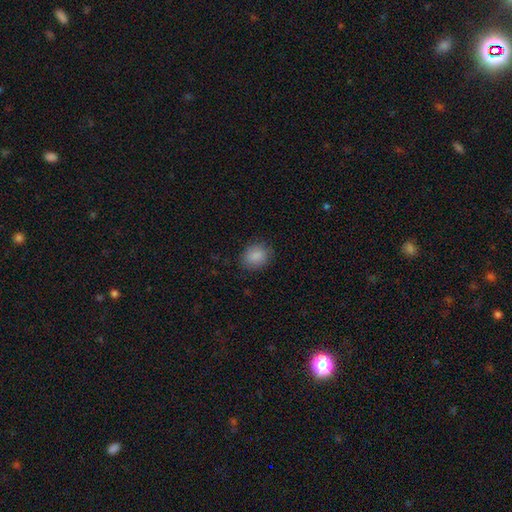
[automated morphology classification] The model was most divided on "how rounded": round: 60%, in between: 39%, cigar-shaped: 1%. More confident: smooth or featured — smooth (88%); merging — none (84%).